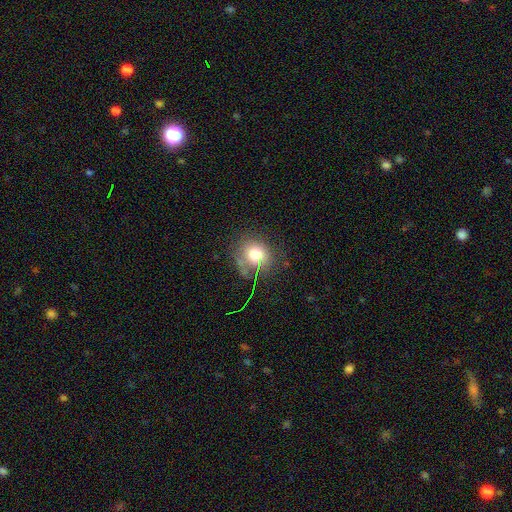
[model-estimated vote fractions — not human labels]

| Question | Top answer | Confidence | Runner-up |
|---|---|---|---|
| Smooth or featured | smooth | 69% | star or artifact (16%) |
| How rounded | round | 78% | in between (20%) |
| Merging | none | 62% | minor disturbance (20%) |